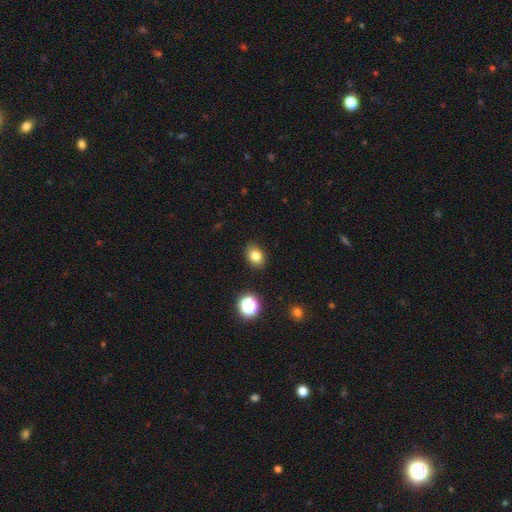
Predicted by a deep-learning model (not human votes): This is likely a smooth galaxy (80%). How rounded: possibly in between (60%). Merging: clearly none (88%).